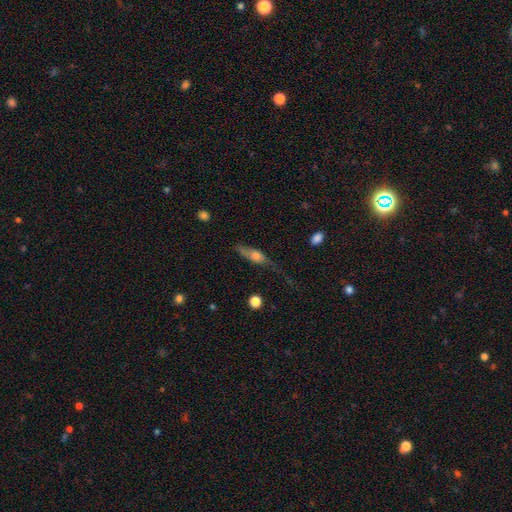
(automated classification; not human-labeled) Smooth or featured?
  - smooth: 49% *
  - featured or disk: 43%
  - star or artifact: 8%
Merging?
  - none: 44% *
  - minor disturbance: 29%
  - major disturbance: 24%
  - merger: 4%